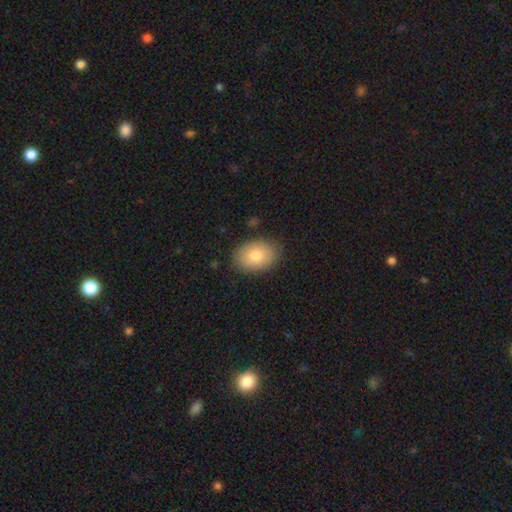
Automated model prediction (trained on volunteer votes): Smooth or featured: smooth — 80% (featured or disk — 13%)
How rounded: in between — 76% (round — 23%)
Merging: none — 85% (minor disturbance — 11%)